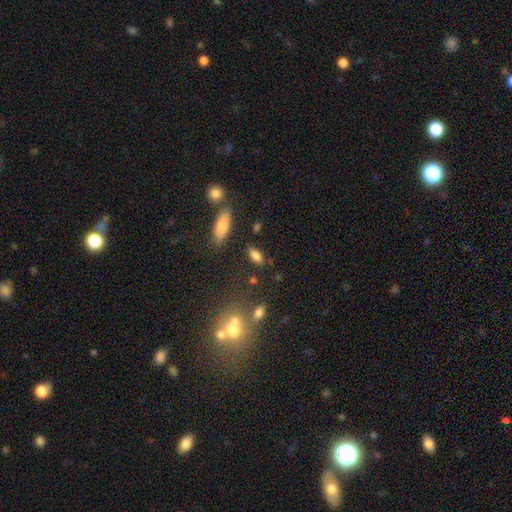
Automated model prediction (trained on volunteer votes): Smooth or featured?
  - smooth: 80% *
  - star or artifact: 10%
  - featured or disk: 10%
How rounded?
  - in between: 81% *
  - cigar-shaped: 14%
  - round: 5%
Merging?
  - none: 78% *
  - minor disturbance: 12%
  - merger: 6%
  - major disturbance: 4%